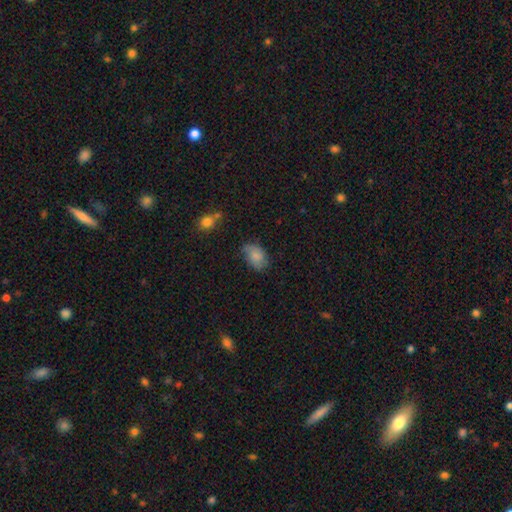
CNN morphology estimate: A smooth galaxy with no disk features (75%) that is in between round and cigar-shaped (85%). Merging: none (61%).